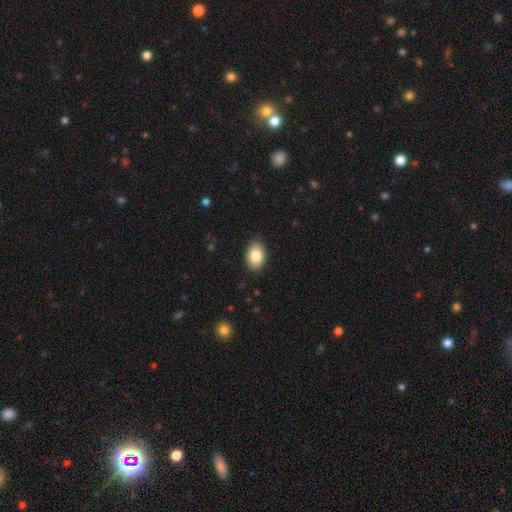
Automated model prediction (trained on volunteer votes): smooth_or_featured: smooth (p=0.85) [alt: featured or disk p=0.08]
how_rounded: in between (p=0.85) [alt: round p=0.14]
merging: none (p=0.86) [alt: minor disturbance p=0.11]